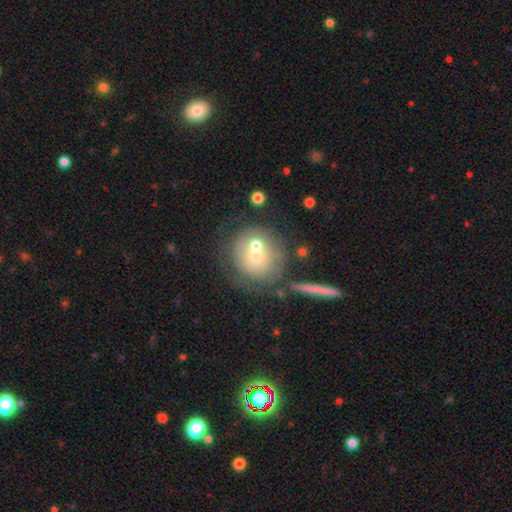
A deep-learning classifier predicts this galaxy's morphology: Smooth or featured?
  - smooth: 56% *
  - featured or disk: 33%
  - star or artifact: 11%
How rounded?
  - round: 90% *
  - in between: 8%
  - cigar-shaped: 1%
Merging?
  - none: 52% *
  - merger: 25%
  - minor disturbance: 15%
  - major disturbance: 8%